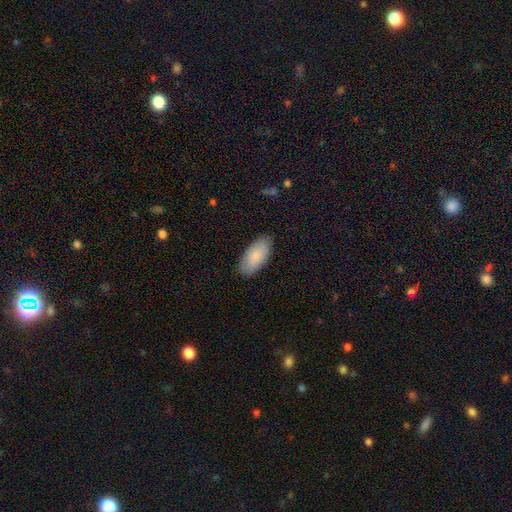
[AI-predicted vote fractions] smooth-or-featured: smooth: 85% | featured or disk: 10% | star or artifact: 5%
  how-rounded: in between: 93% | cigar-shaped: 6% | round: 2%
  merging: none: 86% | minor disturbance: 11% | major disturbance: 2% | merger: 1%